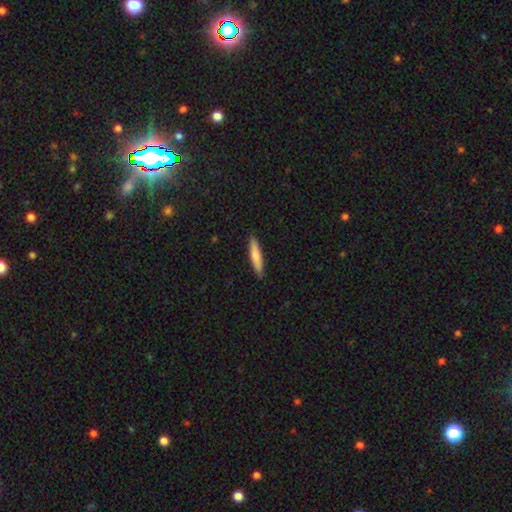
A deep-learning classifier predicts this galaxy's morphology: type=smooth (76%); roundness=cigar-shaped (89%); merging=none (91%).